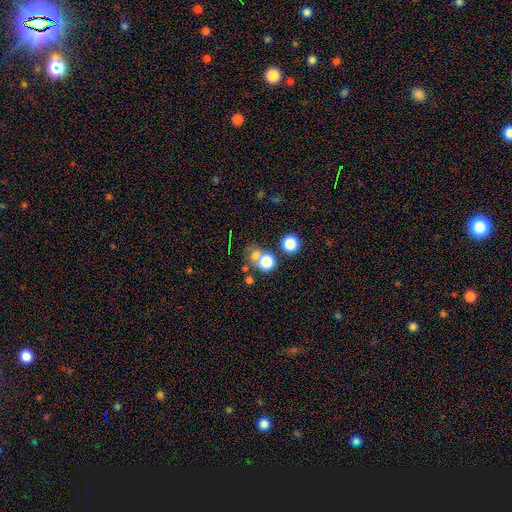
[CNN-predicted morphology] This appears to be a smooth galaxy with no disk features (72%) that is round (79%). Merging: none (45%).